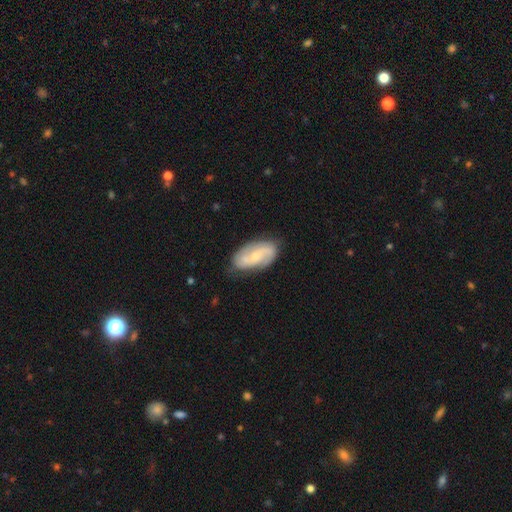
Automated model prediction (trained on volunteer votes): Smooth or featured? featured or disk (73%)
Edge-on disk? no (96%)
Bar? no (46%)
Spiral arms? yes (93%)
Spiral winding? medium (43%)
Spiral arm count? 2 (86%)
Bulge size? small (59%)
Merging? none (77%)